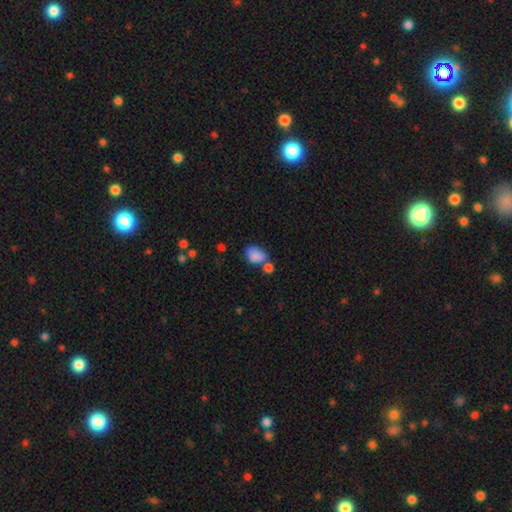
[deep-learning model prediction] Smooth or featured?
  - smooth: 77% *
  - featured or disk: 13%
  - star or artifact: 10%
How rounded?
  - in between: 77% *
  - round: 22%
  - cigar-shaped: 1%
Merging?
  - merger: 34% * (tied)
  - none: 34% * (tied)
  - minor disturbance: 21%
  - major disturbance: 11%